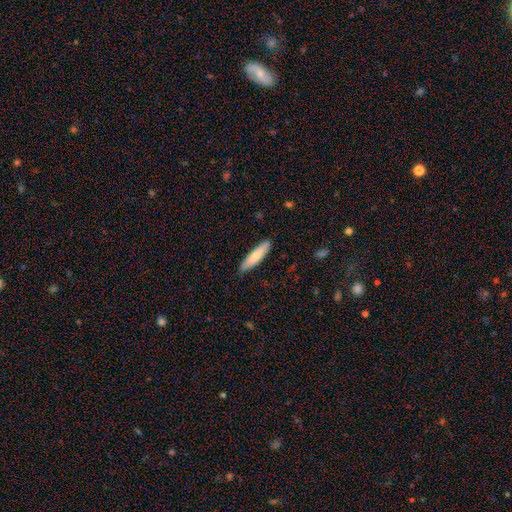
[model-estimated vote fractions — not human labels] smooth-or-featured: smooth: 75% | featured or disk: 19% | star or artifact: 5%
  how-rounded: cigar-shaped: 76% | in between: 23% | round: 1%
  merging: none: 87% | minor disturbance: 11% | major disturbance: 2% | merger: 1%